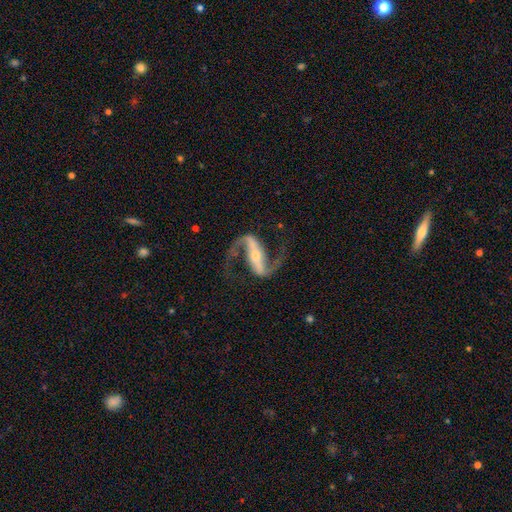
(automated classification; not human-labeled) The model was most divided on "bulge size": small: 58%, moderate: 35%, large: 3%, none: 3%, dominant: 1%. More confident: spiral arms — yes (98%); edge-on disk — no (96%); spiral arm count — 2 (95%); smooth or featured — featured or disk (93%); merging — none (80%); bar — strong (69%); spiral winding — loose (59%).